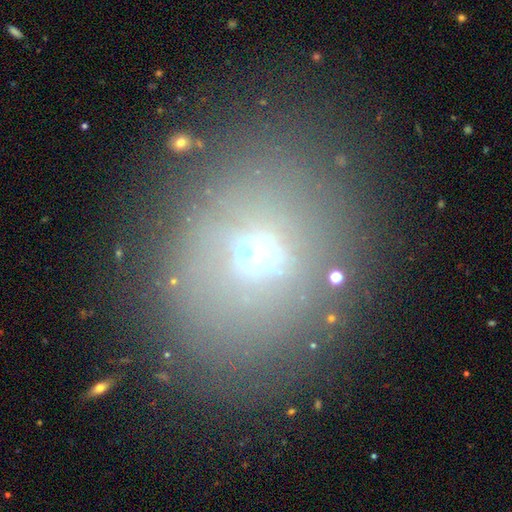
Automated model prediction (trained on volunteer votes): smooth-or-featured: smooth: 48% | star or artifact: 28% | featured or disk: 25%
  merging: none: 69% | minor disturbance: 14% | major disturbance: 10% | merger: 6%